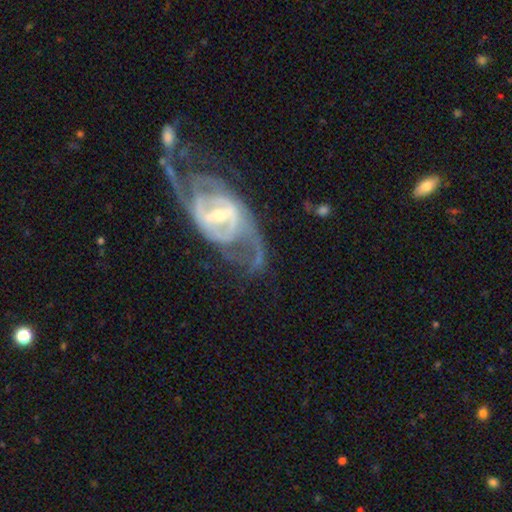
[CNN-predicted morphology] Smooth or featured?
  - featured or disk: 88% *
  - smooth: 6%
  - star or artifact: 6%
Edge-on disk?
  - no: 95% *
  - yes: 5%
Bar?
  - strong: 51% *
  - weak: 38%
  - no: 11%
Spiral arms?
  - yes: 94% *
  - no: 6%
Spiral winding?
  - medium: 46% *
  - tight: 31%
  - loose: 23%
Spiral arm count?
  - 2: 68% *
  - can't tell: 13%
  - 3: 8%
  - 1: 4%
  - 4: 4%
  - more than 4: 3%
Bulge size?
  - small: 53% *
  - moderate: 41%
  - large: 4%
  - none: 2%
  - dominant: 1%
Merging?
  - none: 57% *
  - major disturbance: 20%
  - minor disturbance: 17%
  - merger: 6%